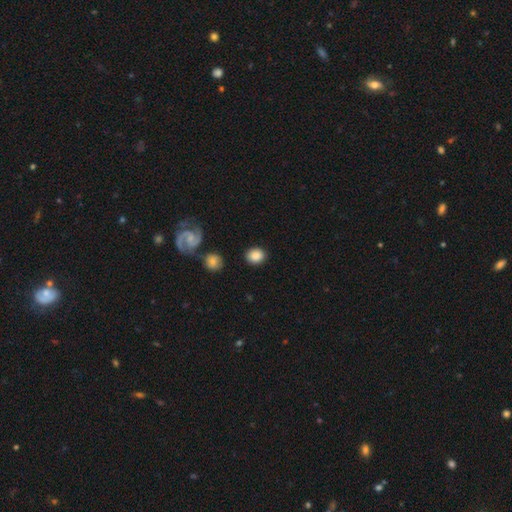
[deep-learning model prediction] A smooth galaxy with no disk features (83%) that is round (64%).

Vote fractions:
- Smooth or featured? smooth: 83% / featured or disk: 10% / star or artifact: 7%
- How rounded? round: 64% / in between: 35% / cigar-shaped: 1%
- Merging? none: 85% / minor disturbance: 9% / major disturbance: 3% / merger: 3%